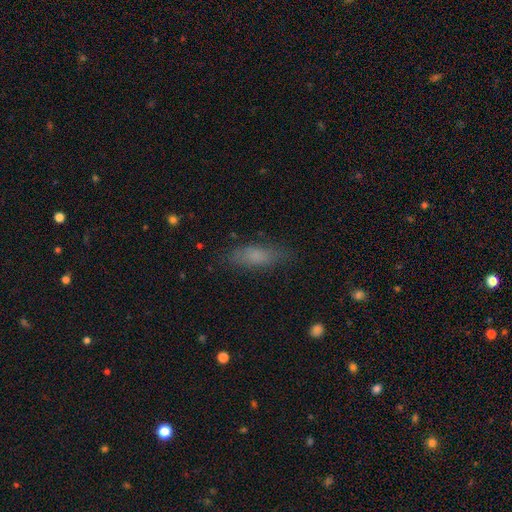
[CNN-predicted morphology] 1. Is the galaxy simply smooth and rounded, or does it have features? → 73% smooth, 17% featured or disk, 10% star or artifact.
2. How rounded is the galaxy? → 54% in between, 43% cigar-shaped, 3% round.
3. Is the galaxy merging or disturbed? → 79% none, 15% minor disturbance, 5% major disturbance, 1% merger.